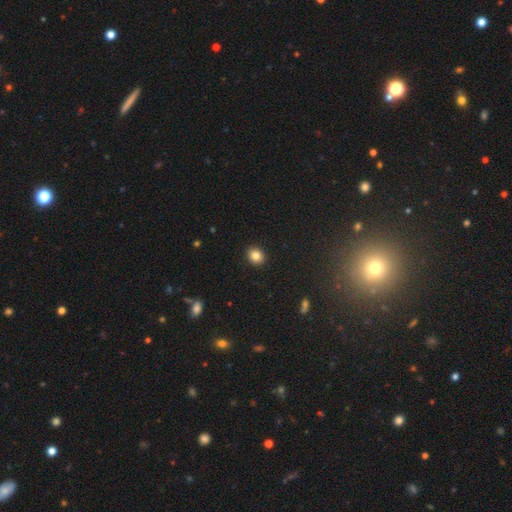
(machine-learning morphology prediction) This appears to be a smooth galaxy with no disk features (83%) that is round (65%). Merging: none (91%).